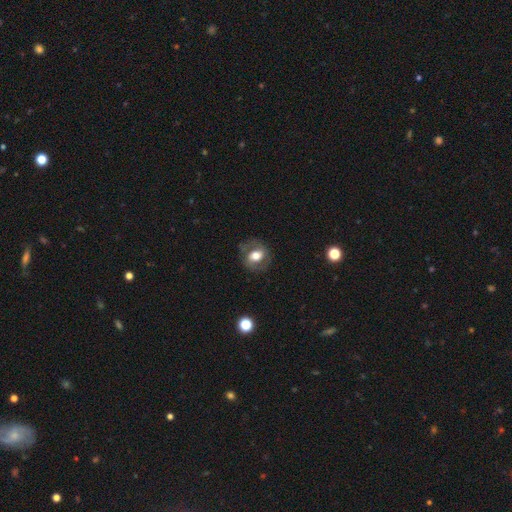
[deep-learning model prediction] A smooth galaxy with no disk features (48%).

Vote fractions:
- Smooth or featured? smooth: 48% / featured or disk: 44% / star or artifact: 8%
- Merging? none: 74% / minor disturbance: 16% / major disturbance: 9% / merger: 1%